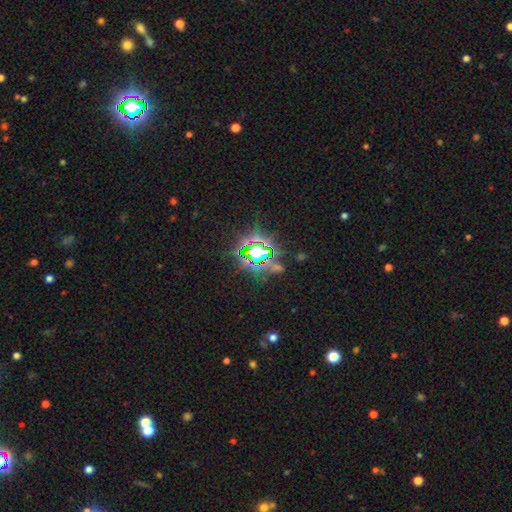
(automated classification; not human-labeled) The model was most divided on "smooth or featured": star or artifact: 78%, smooth: 12%, featured or disk: 10%.